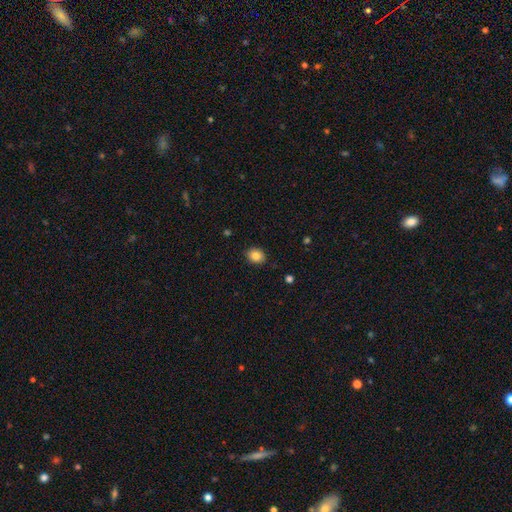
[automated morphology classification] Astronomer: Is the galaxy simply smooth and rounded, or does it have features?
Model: smooth — 86%.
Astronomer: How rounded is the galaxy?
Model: round — 56% (runner-up: in between, 43%).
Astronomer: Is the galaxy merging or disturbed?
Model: none — 88%.